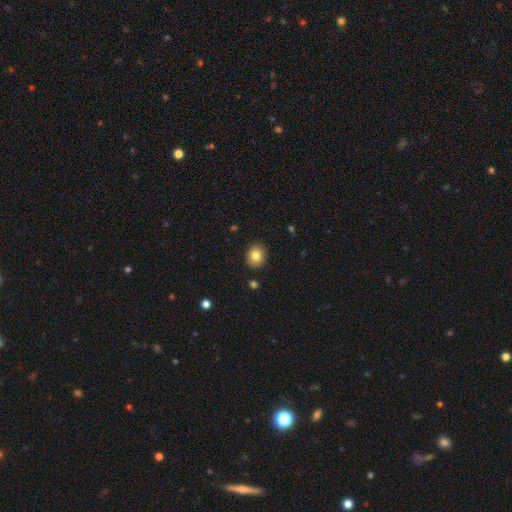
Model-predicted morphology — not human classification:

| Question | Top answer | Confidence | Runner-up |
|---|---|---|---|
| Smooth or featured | smooth | 82% | star or artifact (10%) |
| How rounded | round | 71% | in between (28%) |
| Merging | none | 90% | minor disturbance (7%) |